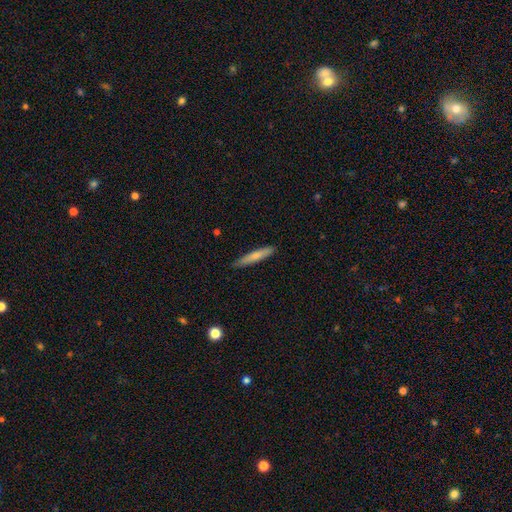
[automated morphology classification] smooth-or-featured: smooth: 70% | featured or disk: 25% | star or artifact: 6%
  how-rounded: cigar-shaped: 92% | in between: 6% | round: 1%
  merging: none: 87% | minor disturbance: 10% | major disturbance: 2% | merger: 1%